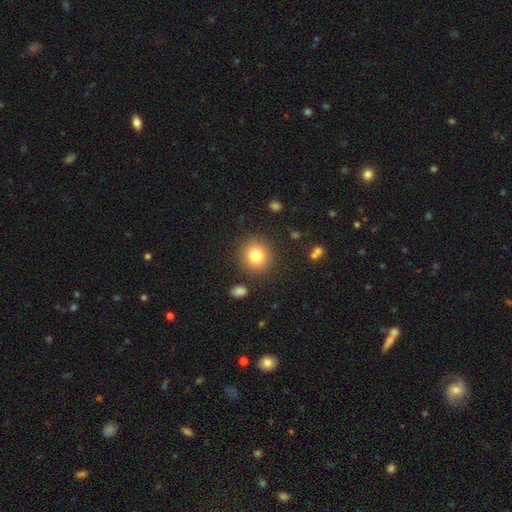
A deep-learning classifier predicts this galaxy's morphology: Smooth or featured: smooth — 81% (star or artifact — 11%)
How rounded: round — 88% (in between — 11%)
Merging: none — 87% (minor disturbance — 8%)